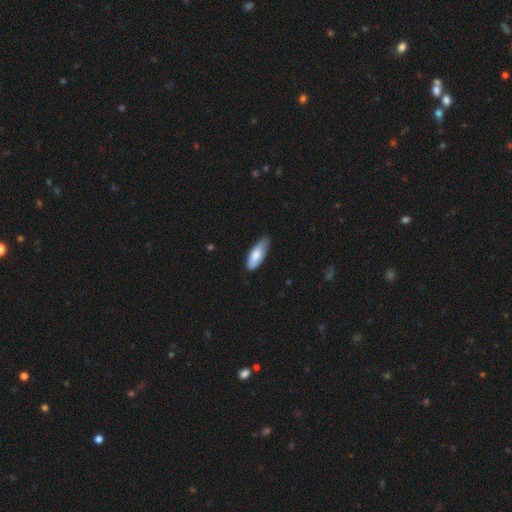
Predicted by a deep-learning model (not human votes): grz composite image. It shows a smooth galaxy with no disk features (80%) that is in between round and cigar-shaped (72%). Merging: none (68%).